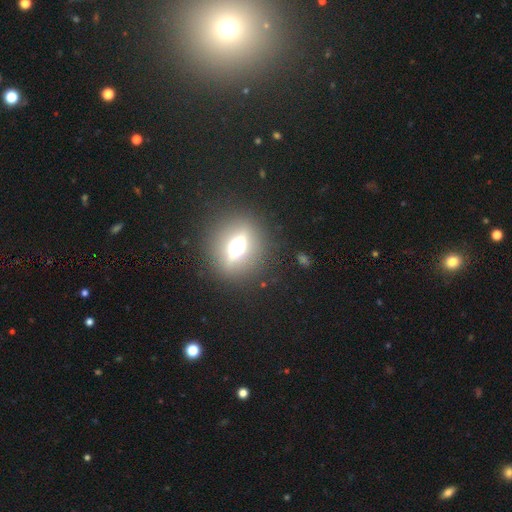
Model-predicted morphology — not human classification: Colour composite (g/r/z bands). It shows a featured or disk galaxy (43%). Merging: none (87%).